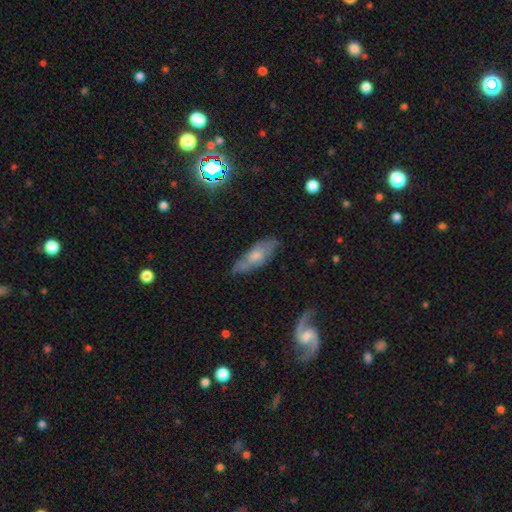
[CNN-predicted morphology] Smooth or featured? Predicted: featured or disk (p=0.56). Edge-on disk? Predicted: no (p=0.72). Merging? Predicted: none (p=0.72).